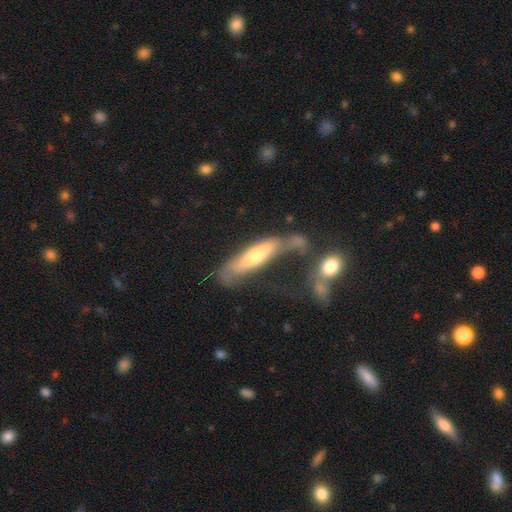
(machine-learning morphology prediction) Smooth or featured? Predicted: smooth (p=0.53). How rounded? Predicted: cigar-shaped (p=0.71). Merging? Predicted: none (p=0.36).